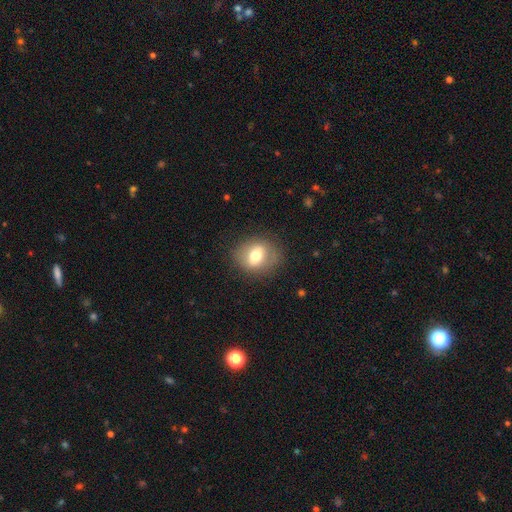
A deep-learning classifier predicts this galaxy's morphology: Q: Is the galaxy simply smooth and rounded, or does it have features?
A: smooth — 60%.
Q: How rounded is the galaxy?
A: round — 52%.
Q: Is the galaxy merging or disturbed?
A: none — 79%.